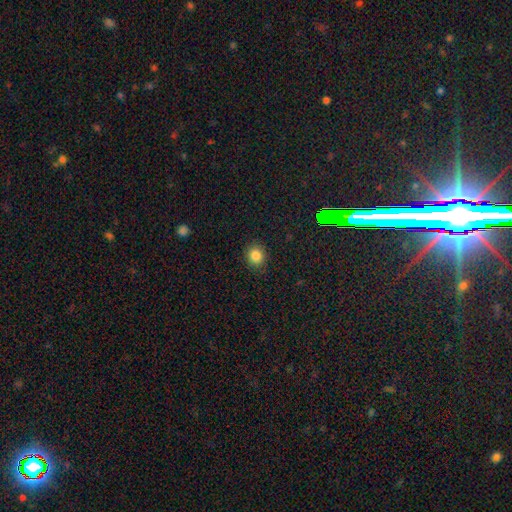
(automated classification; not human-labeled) A smooth galaxy with no disk features (83%) that is round (80%).

Vote fractions:
- Smooth or featured? smooth: 83% / star or artifact: 12% / featured or disk: 5%
- How rounded? round: 80% / in between: 19% / cigar-shaped: 1%
- Merging? none: 89% / minor disturbance: 8% / major disturbance: 2% / merger: 1%